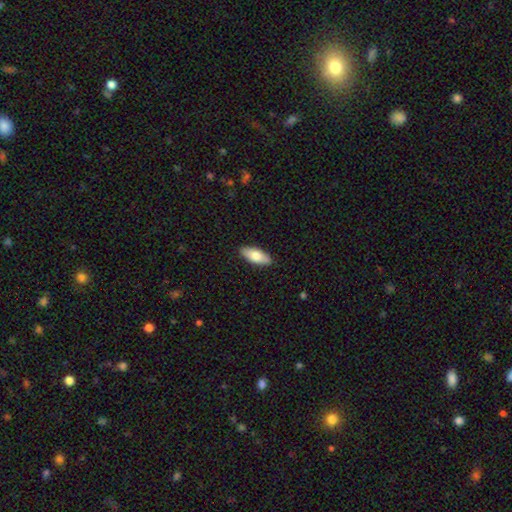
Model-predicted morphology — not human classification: A smooth galaxy with no disk features (75%) that is in between round and cigar-shaped (81%). Merging: none (90%).